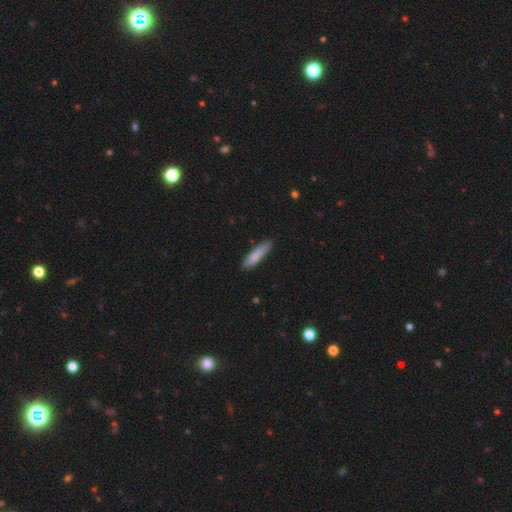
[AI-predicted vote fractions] A smooth galaxy with no disk features (81%) that is cigar-shaped (79%).

Vote fractions:
- Smooth or featured? smooth: 81% / featured or disk: 13% / star or artifact: 6%
- How rounded? cigar-shaped: 79% / in between: 20% / round: 1%
- Merging? none: 83% / minor disturbance: 13% / major disturbance: 2% / merger: 1%